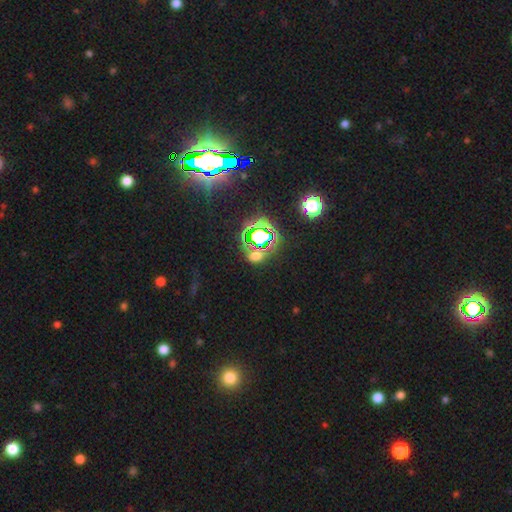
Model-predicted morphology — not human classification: A star or artifact, not a galaxy (57%).